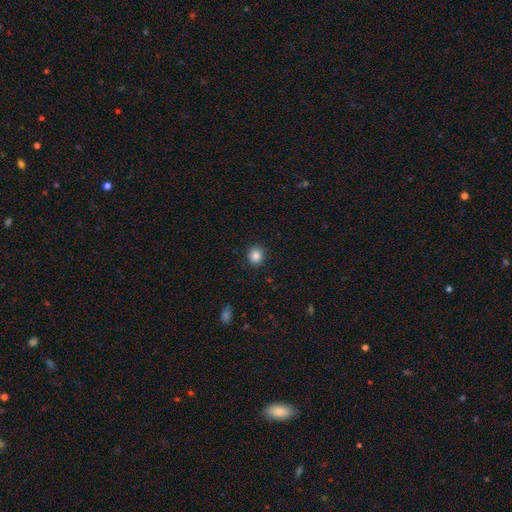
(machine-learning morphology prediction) Smooth or featured? Predicted: smooth (p=0.86). How rounded? Predicted: round (p=0.82). Merging? Predicted: none (p=0.91).